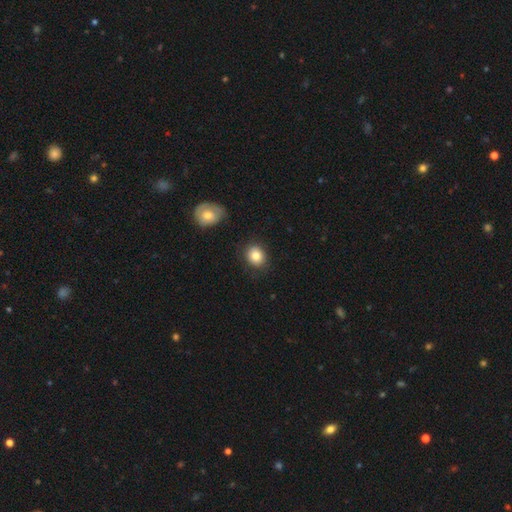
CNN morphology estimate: smooth-or-featured: smooth: 84% | star or artifact: 9% | featured or disk: 7%
  how-rounded: round: 69% | in between: 30% | cigar-shaped: 1%
  merging: none: 86% | minor disturbance: 9% | major disturbance: 3% | merger: 2%